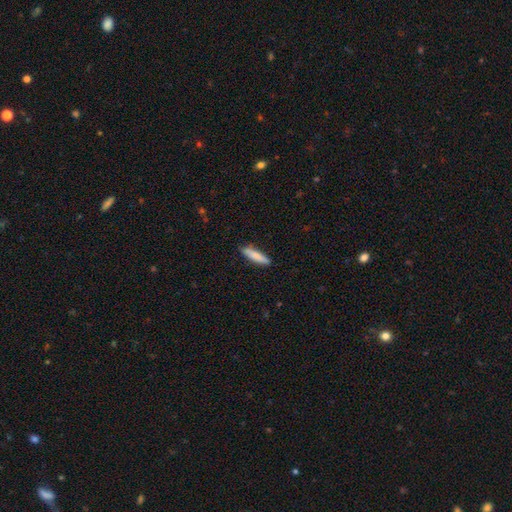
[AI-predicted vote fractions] Overall: smooth (83%). How rounded: cigar-shaped (82%). Merging: none (87%).